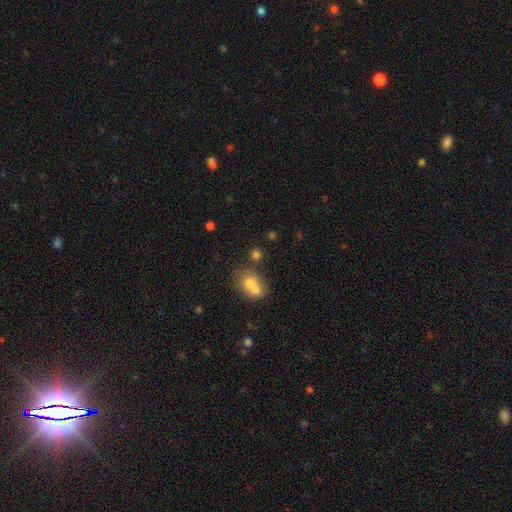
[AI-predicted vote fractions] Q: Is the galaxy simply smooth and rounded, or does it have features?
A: smooth — 61%.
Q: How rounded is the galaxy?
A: round — 62%.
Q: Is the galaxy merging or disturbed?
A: merger — 50%.